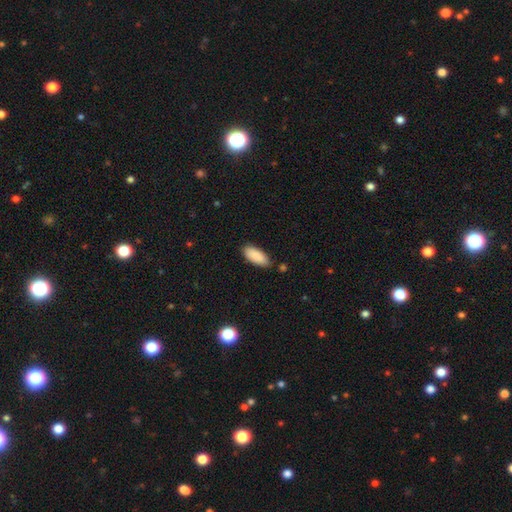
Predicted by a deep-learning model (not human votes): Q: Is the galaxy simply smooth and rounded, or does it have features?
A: smooth — 90%.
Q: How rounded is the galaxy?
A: in between — 83%.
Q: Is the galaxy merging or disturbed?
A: none — 81%.